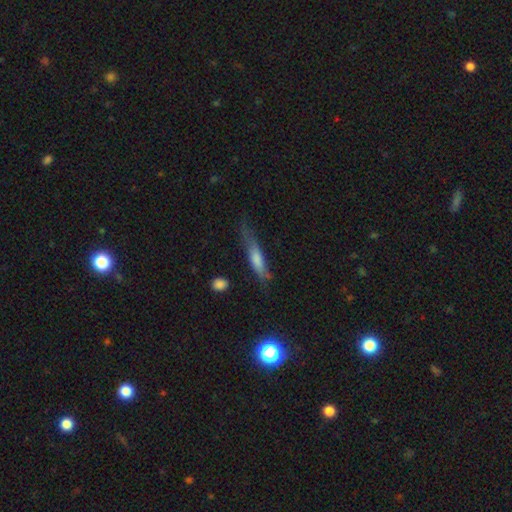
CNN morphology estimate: This appears to be a smooth galaxy with no disk features (57%) that is cigar-shaped (79%). Merging: none (52%).